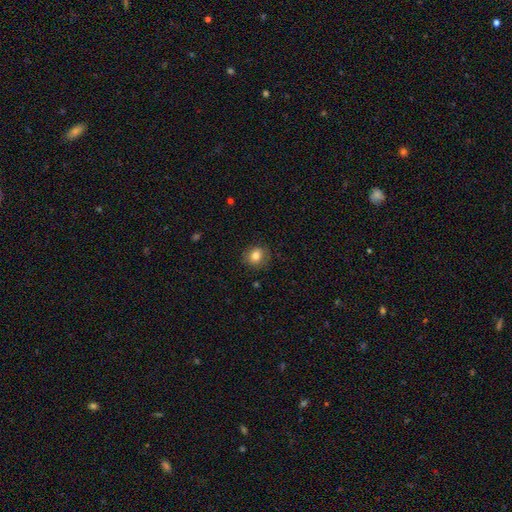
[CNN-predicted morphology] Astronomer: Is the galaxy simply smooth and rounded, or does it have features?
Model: smooth — 80%.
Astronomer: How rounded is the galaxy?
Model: round — 77%.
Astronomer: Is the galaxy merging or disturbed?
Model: none — 84%.